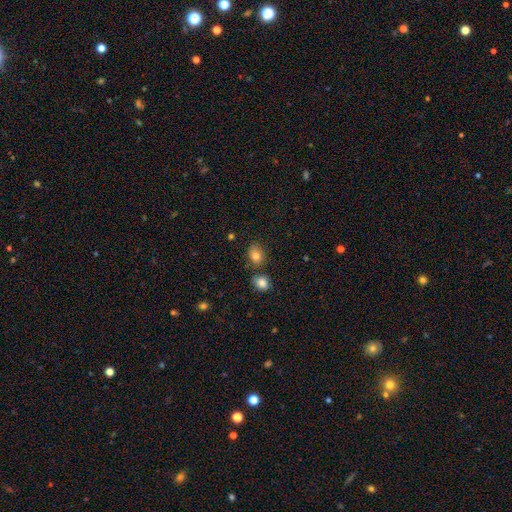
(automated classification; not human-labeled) smooth 81%, star or artifact 10%, featured or disk 8%. Down the decision tree: how rounded — in between (54%); merging — none (70%).